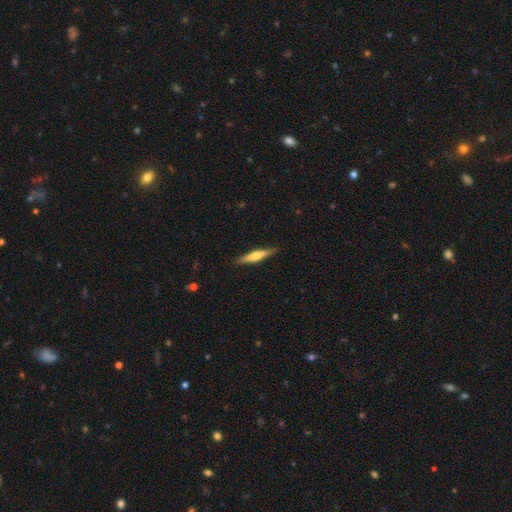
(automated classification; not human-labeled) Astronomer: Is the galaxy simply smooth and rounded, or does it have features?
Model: featured or disk — 50% (runner-up: smooth, 44%).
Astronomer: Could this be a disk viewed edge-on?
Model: yes — 96%.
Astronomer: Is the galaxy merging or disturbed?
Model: none — 89%.